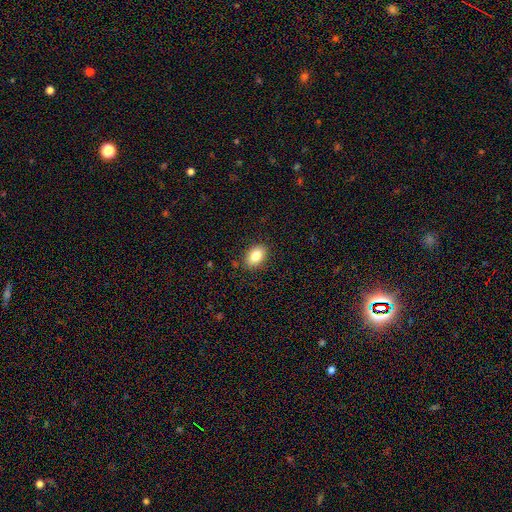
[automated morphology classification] type=smooth (84%); roundness=in between (86%); merging=none (87%).